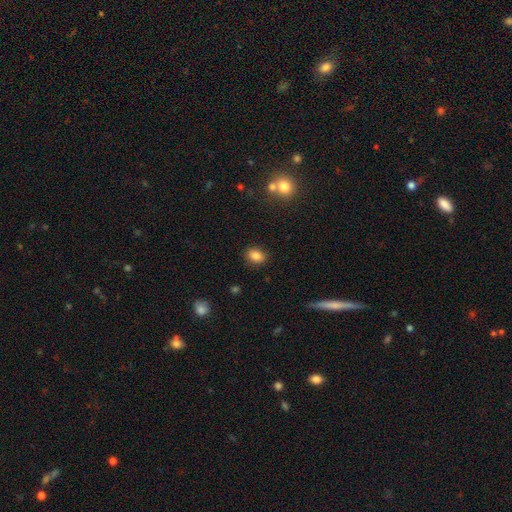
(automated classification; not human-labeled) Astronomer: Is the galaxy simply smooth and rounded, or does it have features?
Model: smooth — 84%.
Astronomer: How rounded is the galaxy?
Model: in between — 69%.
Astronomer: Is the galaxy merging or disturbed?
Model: none — 87%.